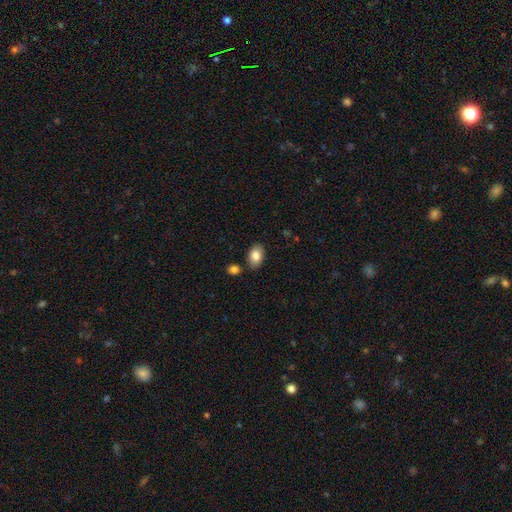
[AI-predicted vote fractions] This appears to be a smooth galaxy with no disk features (85%) that is in between round and cigar-shaped (88%). Merging: none (82%).